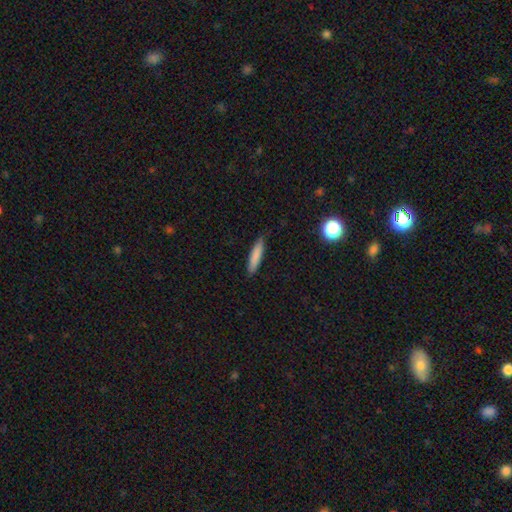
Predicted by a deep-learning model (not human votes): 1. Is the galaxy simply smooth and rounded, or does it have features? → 82% smooth, 11% featured or disk, 7% star or artifact.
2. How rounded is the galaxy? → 84% cigar-shaped, 15% in between, 1% round.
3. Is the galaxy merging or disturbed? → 85% none, 12% minor disturbance, 2% major disturbance, 1% merger.